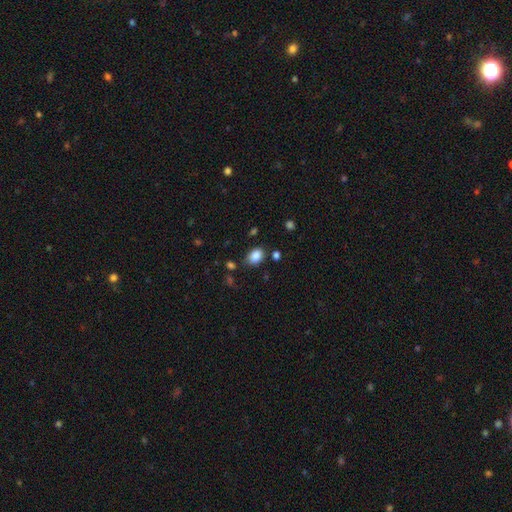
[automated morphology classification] Smooth or featured? smooth (86%)
How rounded? in between (78%)
Merging? none (76%)